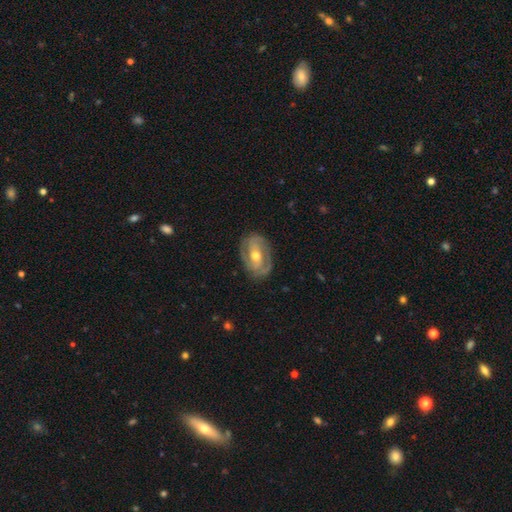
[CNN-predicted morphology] smooth_or_featured: featured or disk (p=0.80) [alt: smooth p=0.14]
disk_edge_on: no (p=0.95) [alt: yes p=0.05]
bar: weak (p=0.39) [alt: no p=0.33]
has_spiral_arms: yes (p=0.85) [alt: no p=0.15]
spiral_winding: tight (p=0.45) [alt: medium p=0.41]
spiral_arm_count: 2 (p=0.75) [alt: can't tell p=0.12]
bulge_size: moderate (p=0.71) [alt: small p=0.23]
merging: none (p=0.78) [alt: minor disturbance p=0.16]